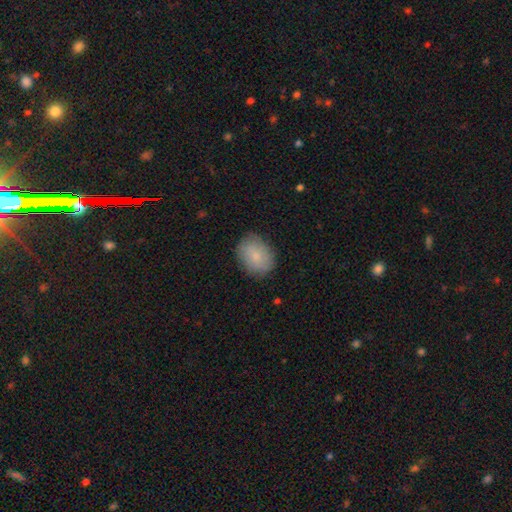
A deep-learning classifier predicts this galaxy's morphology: Smooth or featured?
  - smooth: 82% *
  - featured or disk: 11%
  - star or artifact: 7%
How rounded?
  - in between: 64% *
  - round: 35%
  - cigar-shaped: 1%
Merging?
  - none: 82% *
  - minor disturbance: 14%
  - major disturbance: 3%
  - merger: 1%